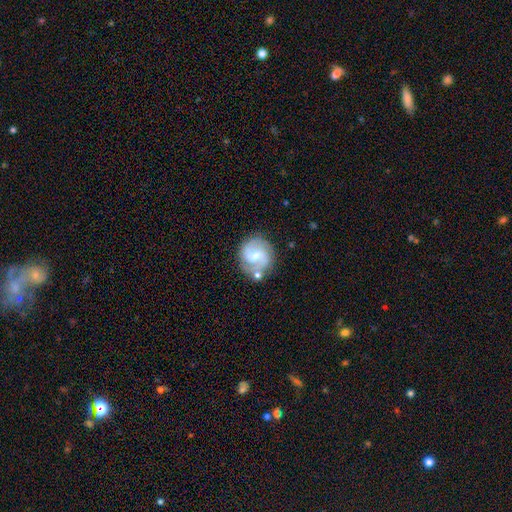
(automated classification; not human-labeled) featured or disk 83%, smooth 12%, star or artifact 6%. Down the decision tree: edge-on disk — no (98%); bar — weak (51%); spiral arms — yes (97%); spiral arm count — 2 (77%); spiral winding — medium (52%); bulge size — small (53%); merging — none (73%).